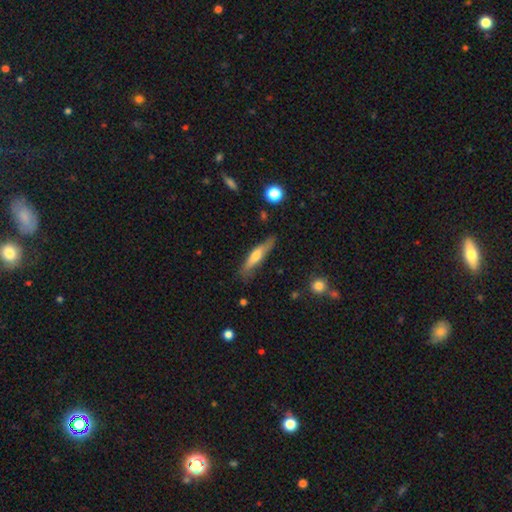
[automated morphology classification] type=smooth (53%); roundness=cigar-shaped (83%); merging=none (79%).